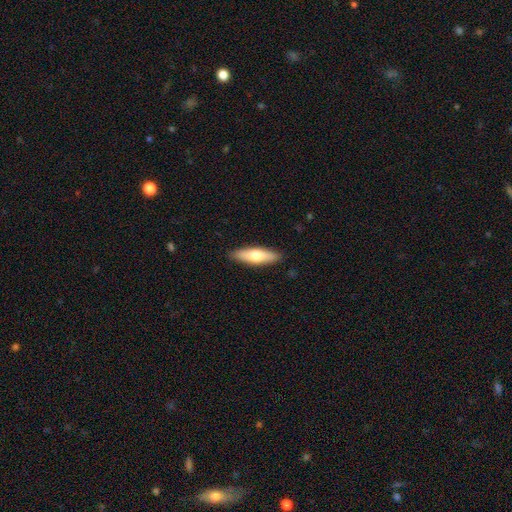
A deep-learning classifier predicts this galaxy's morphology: A smooth galaxy with no disk features (64%) that is cigar-shaped (61%).

Vote fractions:
- Smooth or featured? smooth: 64% / featured or disk: 30% / star or artifact: 5%
- How rounded? cigar-shaped: 61% / in between: 37% / round: 2%
- Merging? none: 89% / minor disturbance: 9% / major disturbance: 2% / merger: 1%